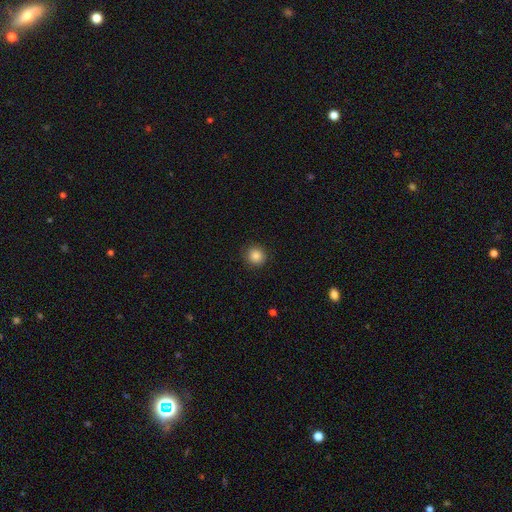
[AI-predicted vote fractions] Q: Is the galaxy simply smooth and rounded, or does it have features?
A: smooth — 85%.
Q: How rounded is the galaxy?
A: round — 93%.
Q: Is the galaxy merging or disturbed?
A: none — 90%.